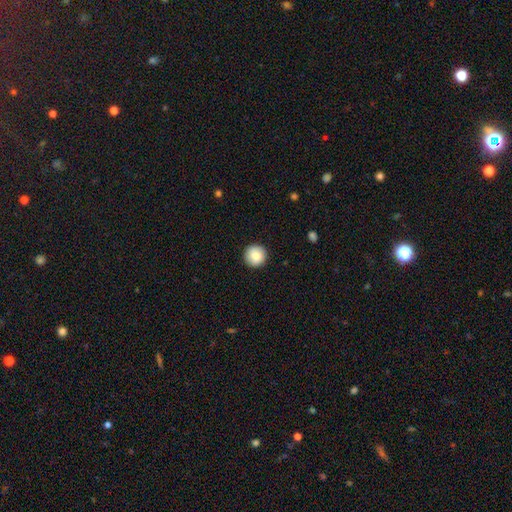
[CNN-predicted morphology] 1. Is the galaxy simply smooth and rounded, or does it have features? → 85% smooth, 8% star or artifact, 7% featured or disk.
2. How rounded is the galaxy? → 96% round, 3% in between, 1% cigar-shaped.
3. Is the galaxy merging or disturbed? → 92% none, 5% minor disturbance, 2% major disturbance, 1% merger.